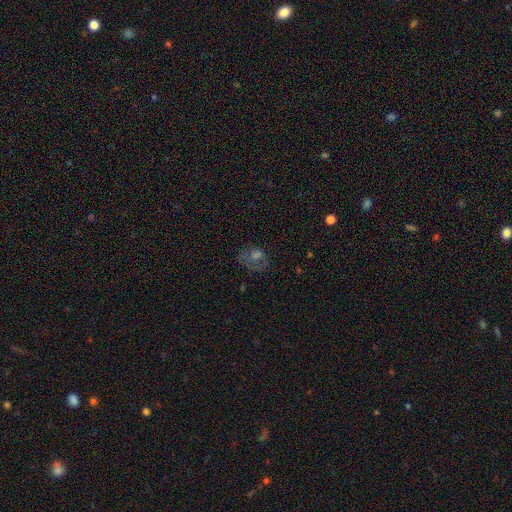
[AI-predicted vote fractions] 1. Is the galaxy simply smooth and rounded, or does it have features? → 39% smooth, 38% featured or disk, 23% star or artifact.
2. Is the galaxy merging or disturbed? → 56% none, 21% minor disturbance, 21% major disturbance, 3% merger.